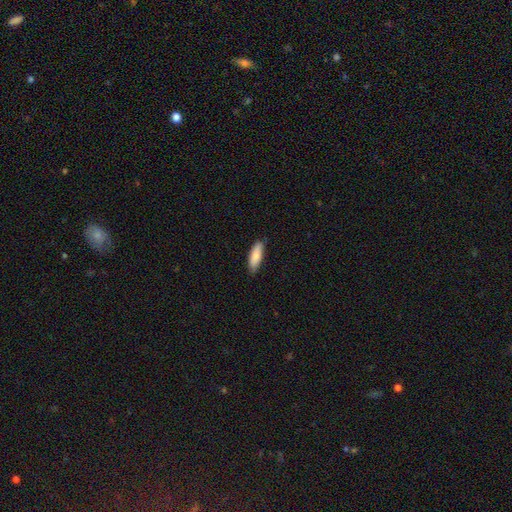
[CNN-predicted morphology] The model was most divided on "how rounded": in between: 54%, cigar-shaped: 45%, round: 2%. More confident: smooth or featured — smooth (84%); merging — none (84%).